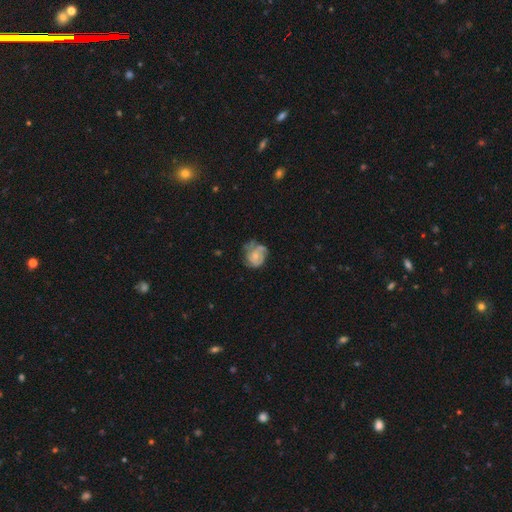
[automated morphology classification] This appears to be a featured or disk galaxy (66%) with no bar (74%), tight (53%) spiral arms (83%) and a small central bulge (55%). Merging: none (51%).